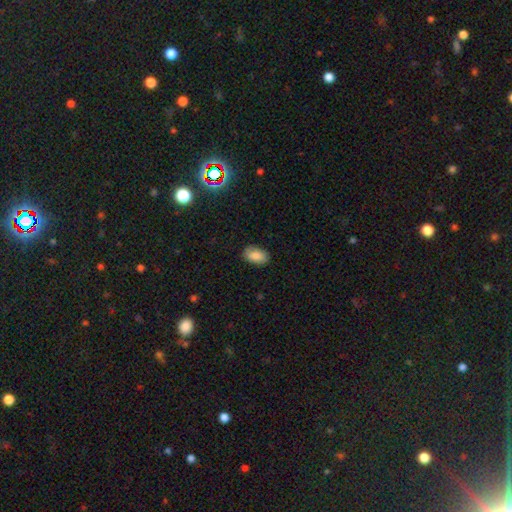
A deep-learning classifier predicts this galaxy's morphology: smooth_or_featured: smooth (p=0.85) [alt: star or artifact p=0.08]
how_rounded: in between (p=0.92) [alt: round p=0.06]
merging: none (p=0.83) [alt: minor disturbance p=0.13]